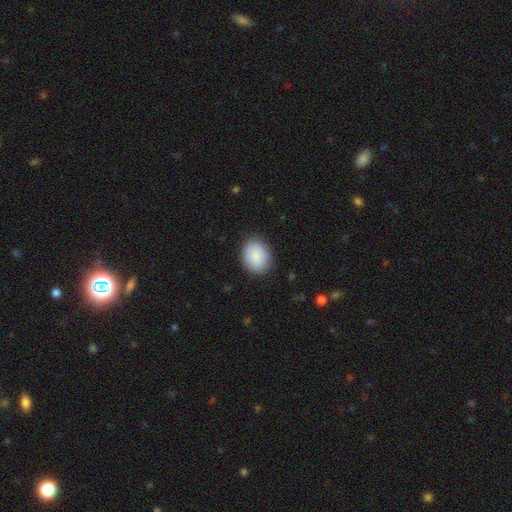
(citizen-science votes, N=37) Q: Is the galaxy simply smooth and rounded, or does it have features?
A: smooth — 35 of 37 (95%).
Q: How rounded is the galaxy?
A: in between — 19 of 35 (54%).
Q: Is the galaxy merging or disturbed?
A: none — 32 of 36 (89%).